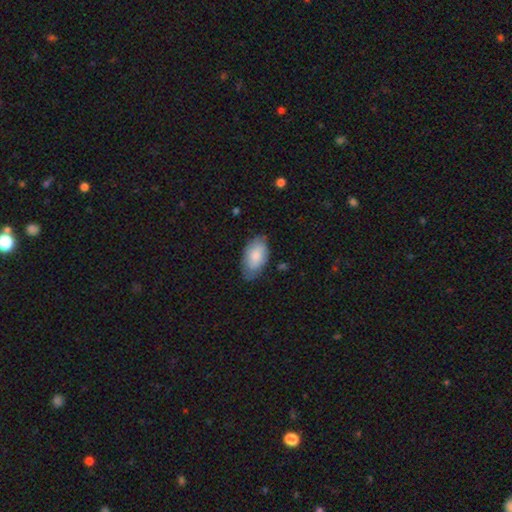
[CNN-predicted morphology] The model was most divided on "merging": none: 69%, minor disturbance: 24%, major disturbance: 5%, merger: 1%. More confident: how rounded — in between (95%); smooth or featured — smooth (78%).